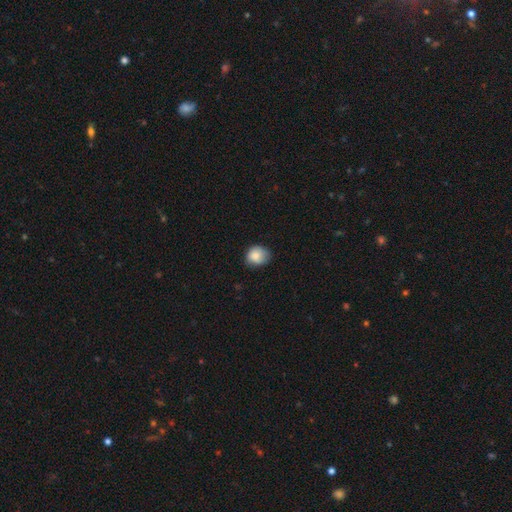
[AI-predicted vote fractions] Q: Smooth or featured?
A: smooth (84%); runner-up: star or artifact (8%)
Q: How rounded?
A: round (68%); runner-up: in between (31%)
Q: Merging?
A: none (63%); runner-up: minor disturbance (30%)